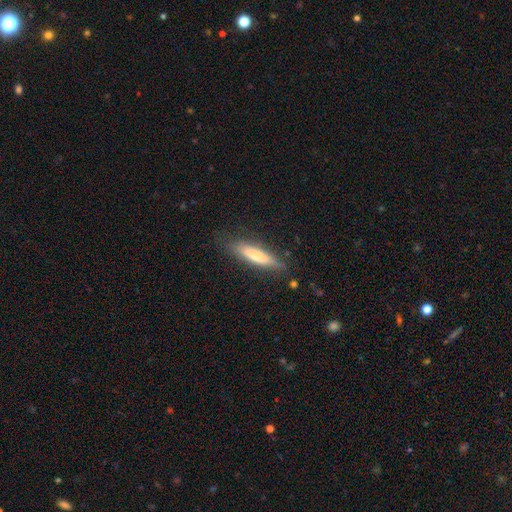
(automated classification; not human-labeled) A smooth galaxy with no disk features (65%) that is cigar-shaped (78%).

Vote fractions:
- Smooth or featured? smooth: 65% / featured or disk: 29% / star or artifact: 6%
- How rounded? cigar-shaped: 78% / in between: 20% / round: 1%
- Merging? none: 78% / minor disturbance: 16% / major disturbance: 4% / merger: 2%